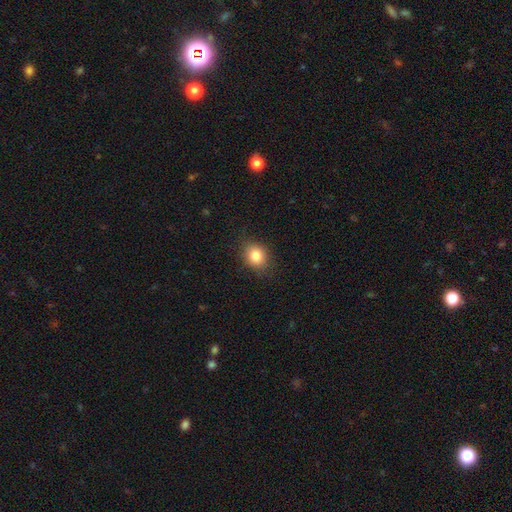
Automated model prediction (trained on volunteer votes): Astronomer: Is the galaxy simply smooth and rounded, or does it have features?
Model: smooth — 84%.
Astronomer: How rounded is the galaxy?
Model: round — 54% (runner-up: in between, 45%).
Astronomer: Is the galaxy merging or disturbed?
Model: none — 83%.